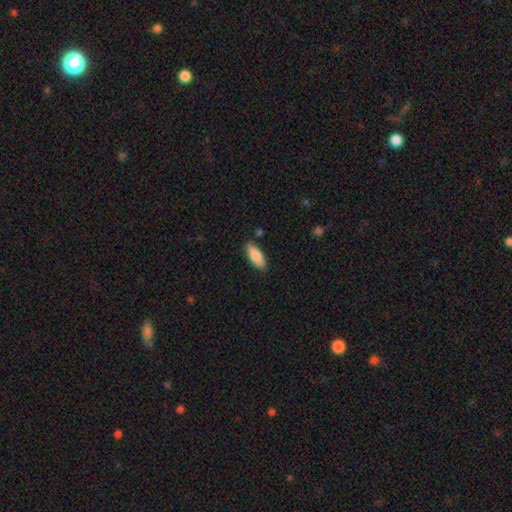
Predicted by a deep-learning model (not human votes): The model was most divided on "how rounded": in between: 69%, cigar-shaped: 29%, round: 2%. More confident: smooth or featured — smooth (87%); merging — none (86%).